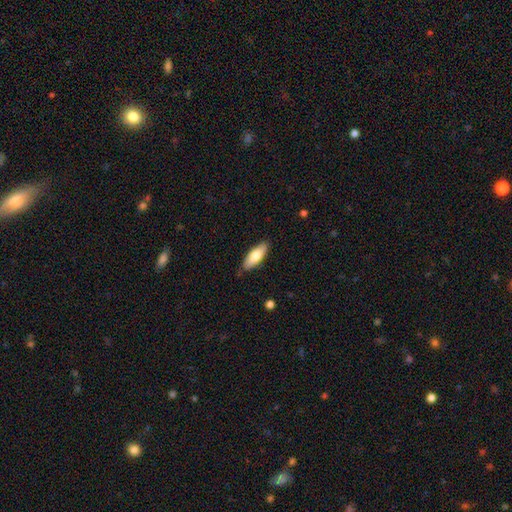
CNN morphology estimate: Smooth or featured? smooth (76%)
How rounded? in between (69%)
Merging? none (83%)